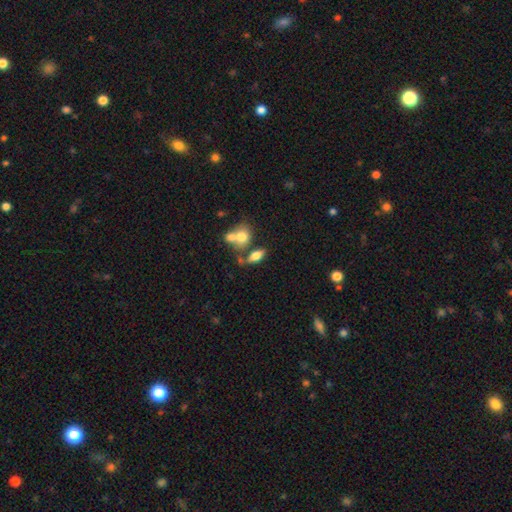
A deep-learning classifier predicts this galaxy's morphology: smooth 72%, featured or disk 19%, star or artifact 9%. Down the decision tree: how rounded — in between (79%); merging — none (51%).